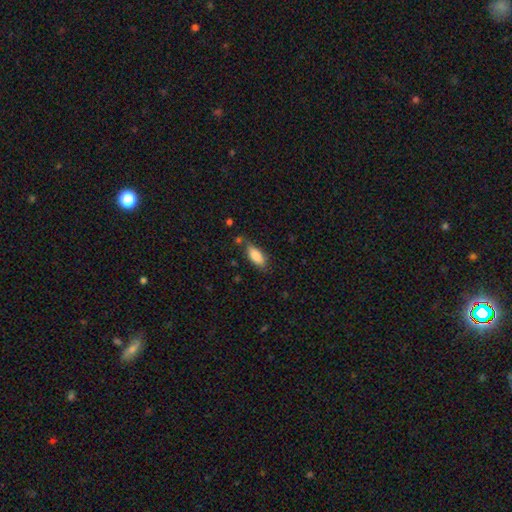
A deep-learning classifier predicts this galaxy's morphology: A smooth galaxy with no disk features (82%) that is in between round and cigar-shaped (79%).

Vote fractions:
- Smooth or featured? smooth: 82% / featured or disk: 11% / star or artifact: 7%
- How rounded? in between: 79% / cigar-shaped: 19% / round: 2%
- Merging? none: 69% / minor disturbance: 21% / merger: 5% / major disturbance: 5%